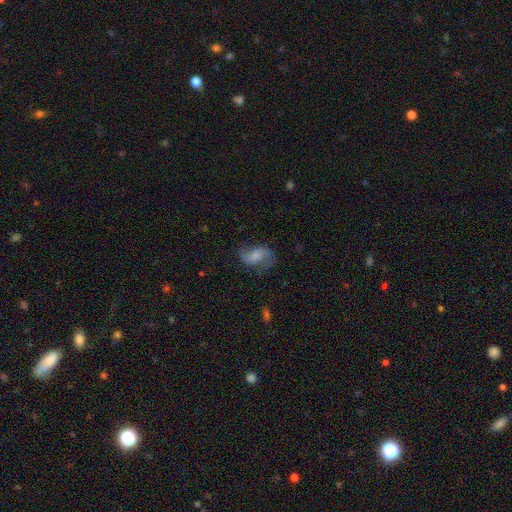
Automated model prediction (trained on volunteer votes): Smooth or featured? featured or disk (57%)
Edge-on disk? no (96%)
Bar? no (48%)
Spiral arms? yes (88%)
Bulge size? moderate (35%)
Merging? none (61%)